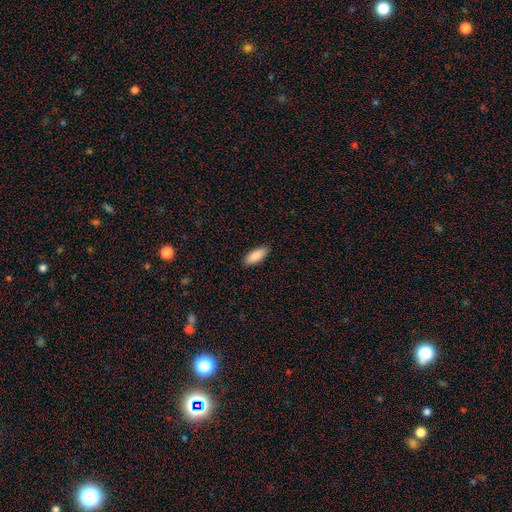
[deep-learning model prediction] Smooth or featured: smooth — 88% (star or artifact — 6%)
How rounded: in between — 80% (cigar-shaped — 18%)
Merging: none — 88% (minor disturbance — 9%)